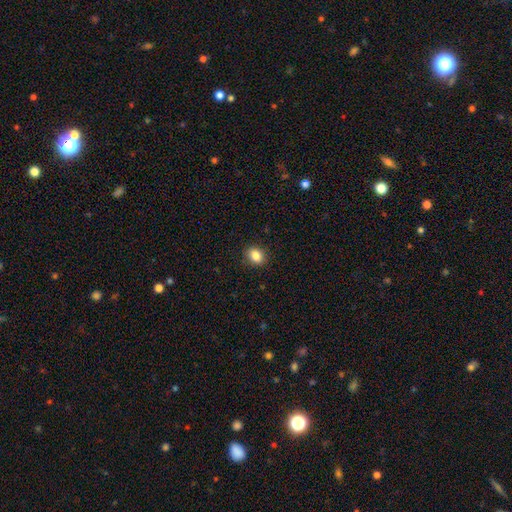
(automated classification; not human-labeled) smooth_or_featured: smooth (p=0.85) [alt: star or artifact p=0.09]
how_rounded: in between (p=0.53) [alt: round p=0.46]
merging: none (p=0.89) [alt: minor disturbance p=0.08]